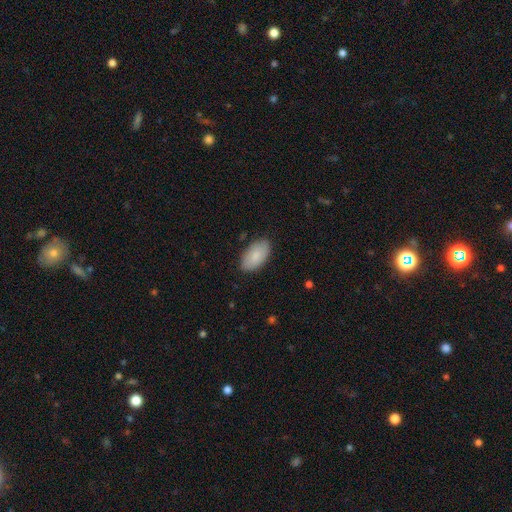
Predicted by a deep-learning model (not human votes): A smooth galaxy with no disk features (86%) that is in between round and cigar-shaped (95%).

Vote fractions:
- Smooth or featured? smooth: 86% / featured or disk: 8% / star or artifact: 6%
- How rounded? in between: 95% / round: 3% / cigar-shaped: 2%
- Merging? none: 84% / minor disturbance: 12% / major disturbance: 2% / merger: 1%